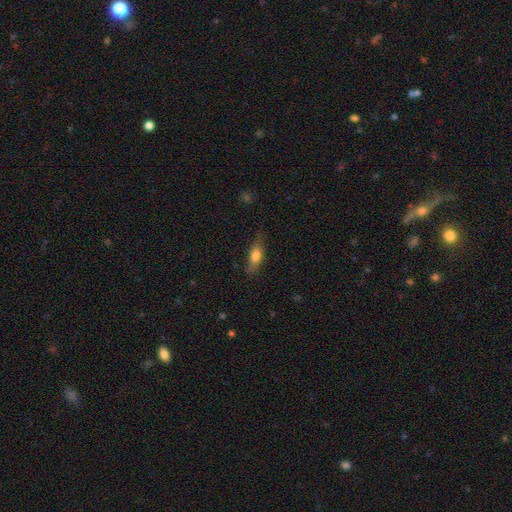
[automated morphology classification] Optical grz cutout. It shows a smooth galaxy with no disk features (66%) that is in between round and cigar-shaped (56%). Merging: none (73%).